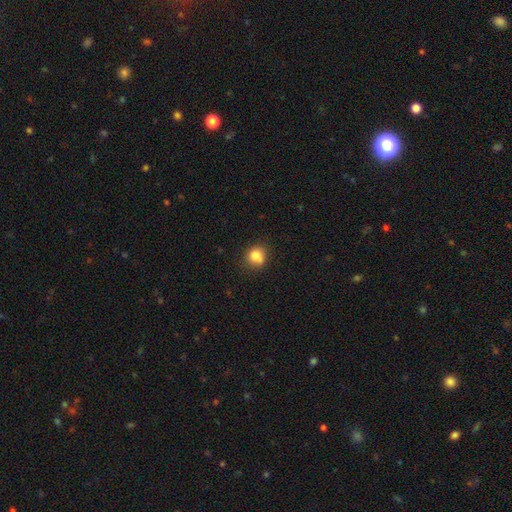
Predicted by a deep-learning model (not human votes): Morphology: type=smooth (80%); roundness=round (80%); merging=none (64%).